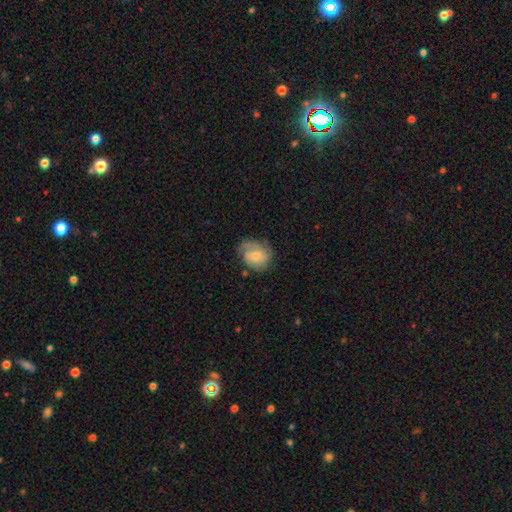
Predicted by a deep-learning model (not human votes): Smooth or featured: smooth — 48% (featured or disk — 45%)
Merging: none — 54% (minor disturbance — 28%)